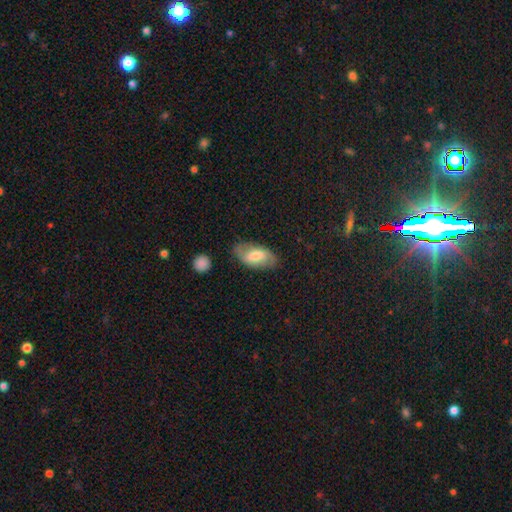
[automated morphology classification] The model was most divided on "smooth or featured": smooth: 54%, featured or disk: 38%, star or artifact: 7%. More confident: how rounded — in between (92%); merging — none (72%).